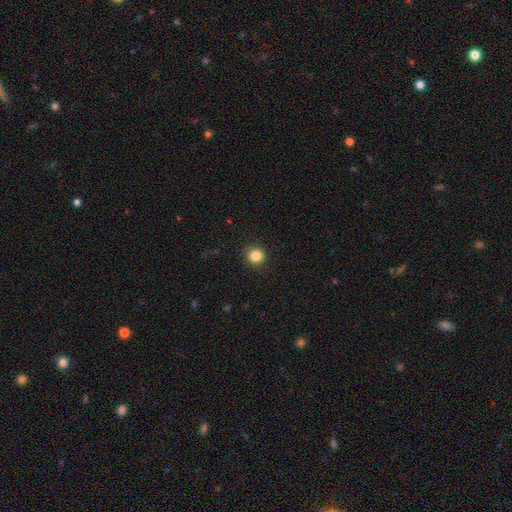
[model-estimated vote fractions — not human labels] Q: Smooth or featured?
A: smooth (85%); runner-up: star or artifact (11%)
Q: How rounded?
A: round (93%); runner-up: in between (6%)
Q: Merging?
A: none (92%); runner-up: minor disturbance (5%)